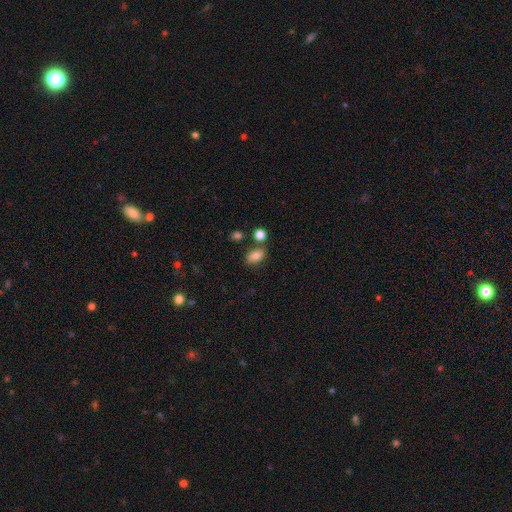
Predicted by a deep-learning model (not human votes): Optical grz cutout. It shows a smooth galaxy with no disk features (80%) that is in between round and cigar-shaped (82%). Merging: none (72%).